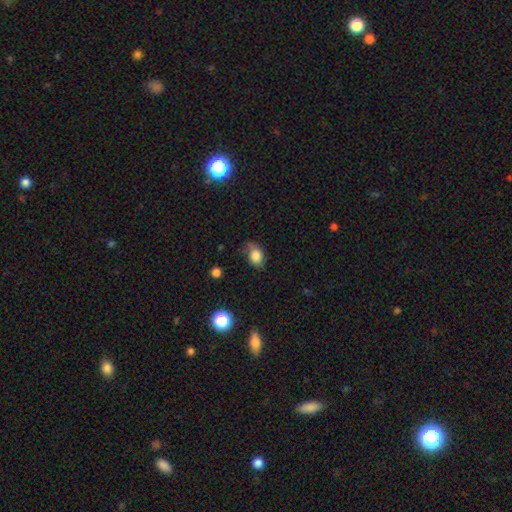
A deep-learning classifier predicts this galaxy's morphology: A smooth galaxy with no disk features (79%) that is in between round and cigar-shaped (71%).

Vote fractions:
- Smooth or featured? smooth: 79% / featured or disk: 12% / star or artifact: 10%
- How rounded? in between: 71% / round: 28% / cigar-shaped: 1%
- Merging? none: 53% / minor disturbance: 33% / major disturbance: 12% / merger: 2%